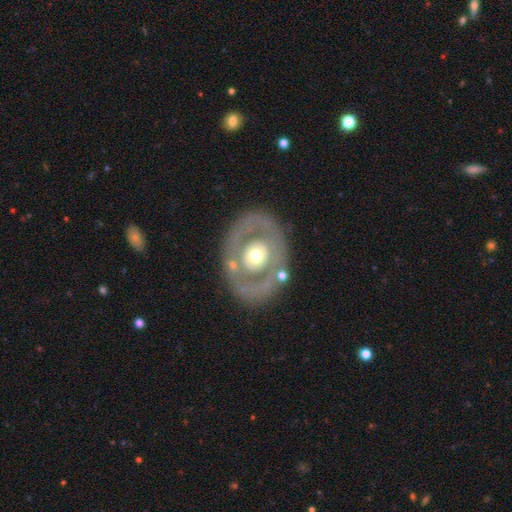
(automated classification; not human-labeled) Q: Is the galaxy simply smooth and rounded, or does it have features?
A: featured or disk — 72%.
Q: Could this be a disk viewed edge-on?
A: no — 94%.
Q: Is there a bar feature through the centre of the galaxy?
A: no — 80%.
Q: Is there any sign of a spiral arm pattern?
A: no — 73%.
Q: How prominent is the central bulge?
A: moderate — 68%.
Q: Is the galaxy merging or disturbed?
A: none — 77%.